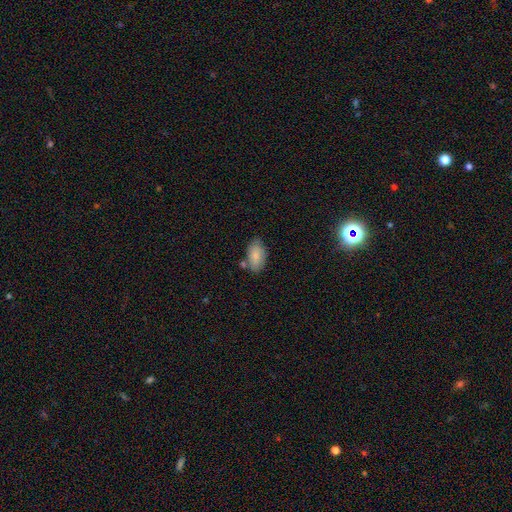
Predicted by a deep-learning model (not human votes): Morphology: type=smooth (82%); roundness=in between (93%); merging=none (67%).